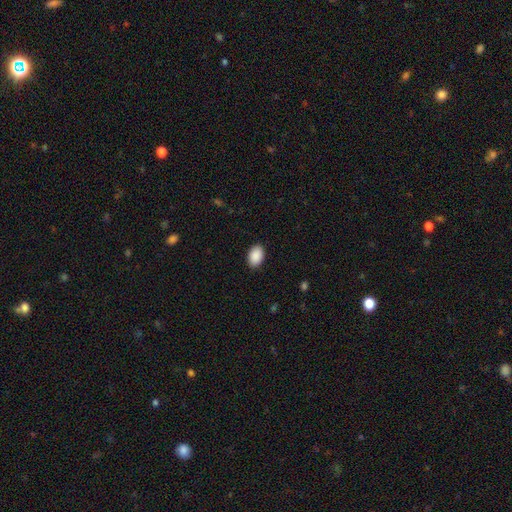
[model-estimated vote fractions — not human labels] Smooth or featured: smooth — 91% (star or artifact — 6%)
How rounded: in between — 88% (round — 11%)
Merging: none — 90% (minor disturbance — 7%)